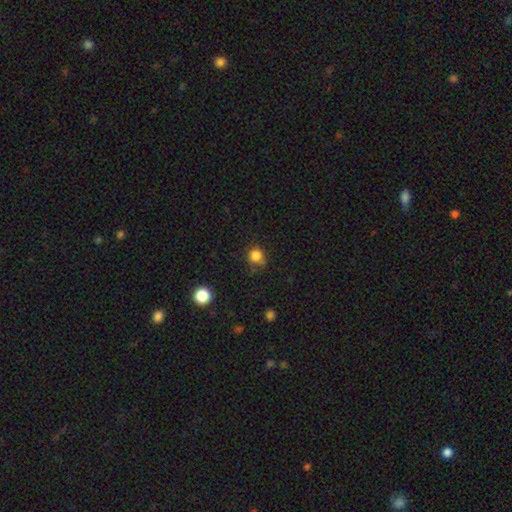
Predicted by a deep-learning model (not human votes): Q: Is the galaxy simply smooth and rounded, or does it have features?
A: smooth — 83%.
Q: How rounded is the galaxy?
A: round — 86%.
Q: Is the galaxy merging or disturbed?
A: none — 67%.